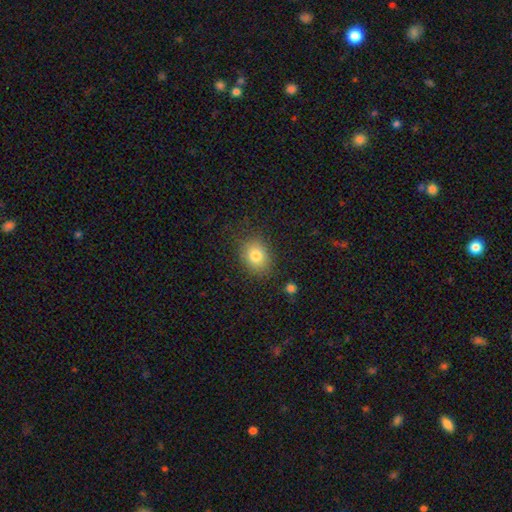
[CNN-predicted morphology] This is clearly a smooth galaxy (81%). How rounded: possibly in between (53%). Merging: clearly none (81%).